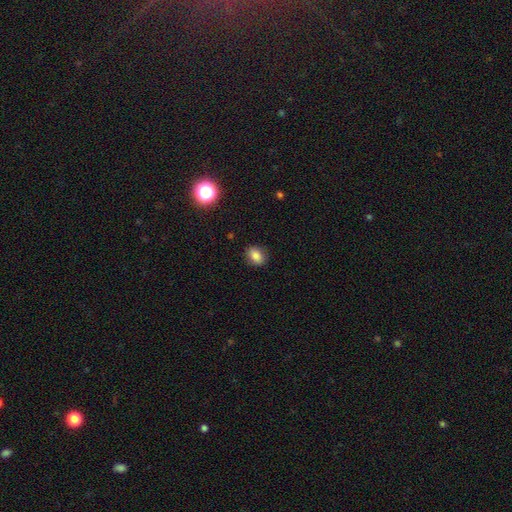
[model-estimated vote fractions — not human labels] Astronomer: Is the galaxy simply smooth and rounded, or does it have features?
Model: smooth — 82%.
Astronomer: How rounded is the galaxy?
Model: in between — 60% (runner-up: round, 39%).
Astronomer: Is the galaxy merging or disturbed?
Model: none — 85%.